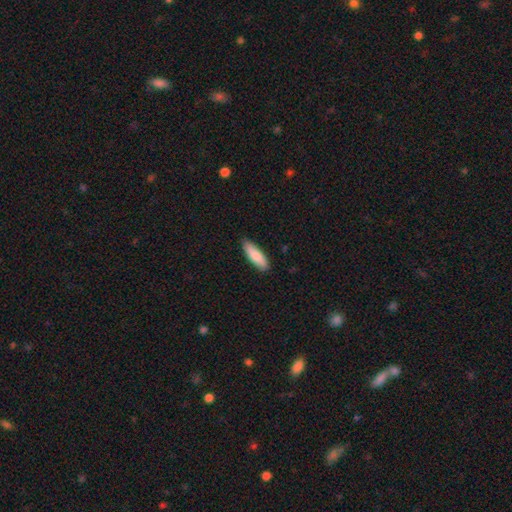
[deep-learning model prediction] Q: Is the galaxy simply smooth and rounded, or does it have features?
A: smooth — 85%.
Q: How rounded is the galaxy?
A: cigar-shaped — 50%.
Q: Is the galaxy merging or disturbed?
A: none — 88%.